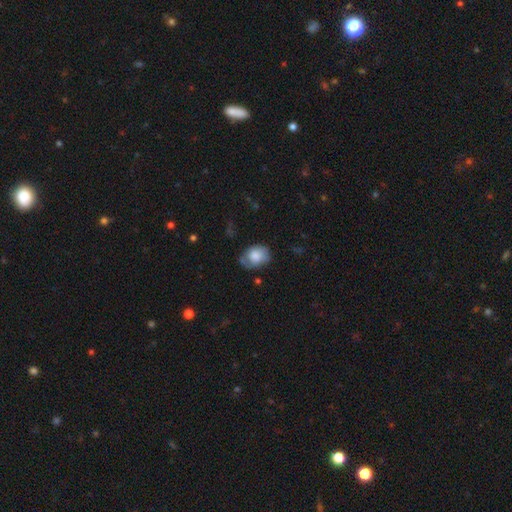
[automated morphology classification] smooth_or_featured: smooth (p=0.73) [alt: featured or disk p=0.20]
how_rounded: in between (p=0.70) [alt: round p=0.28]
merging: none (p=0.58) [alt: minor disturbance p=0.30]